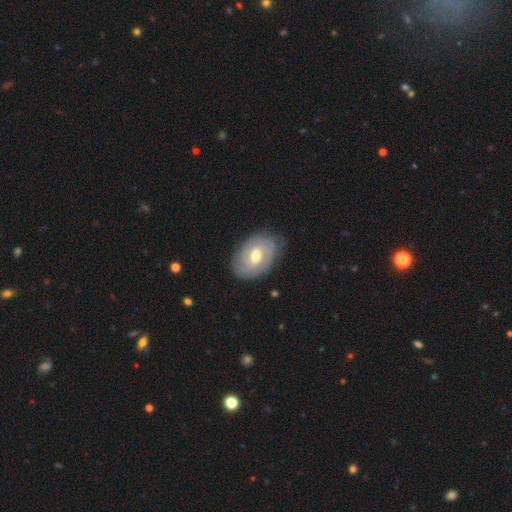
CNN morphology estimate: A featured or disk galaxy (75%) with a weak bar (51%), 2 (54%) tight (67%) spiral arms (85%) and a moderate central bulge (74%). Merging: none (79%).